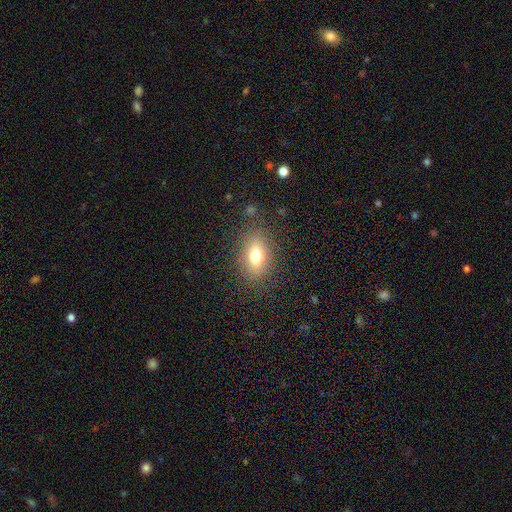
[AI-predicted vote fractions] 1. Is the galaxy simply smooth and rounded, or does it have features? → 73% smooth, 16% featured or disk, 11% star or artifact.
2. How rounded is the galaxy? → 79% in between, 18% round, 3% cigar-shaped.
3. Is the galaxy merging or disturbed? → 82% none, 12% minor disturbance, 5% major disturbance, 2% merger.